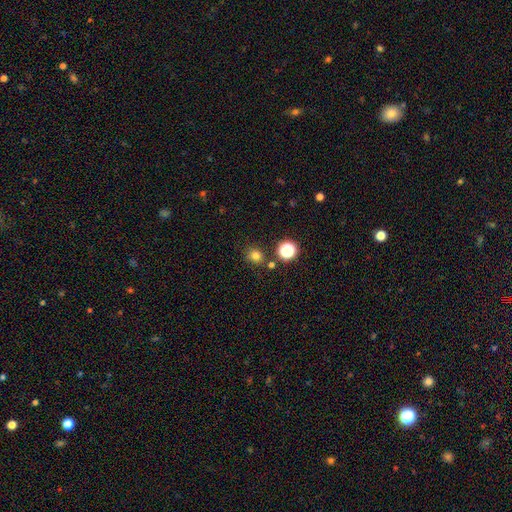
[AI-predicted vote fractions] This is likely a smooth galaxy (75%). How rounded: clearly round (81%). Merging: likely none (79%).